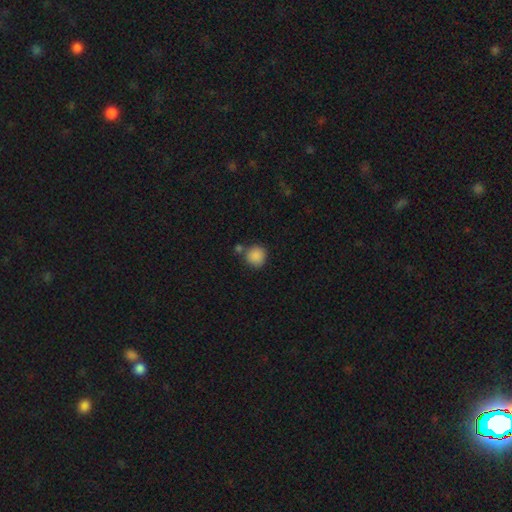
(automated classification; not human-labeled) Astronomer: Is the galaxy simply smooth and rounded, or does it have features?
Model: smooth — 88%.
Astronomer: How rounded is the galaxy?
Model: round — 91%.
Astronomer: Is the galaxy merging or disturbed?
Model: none — 70%.